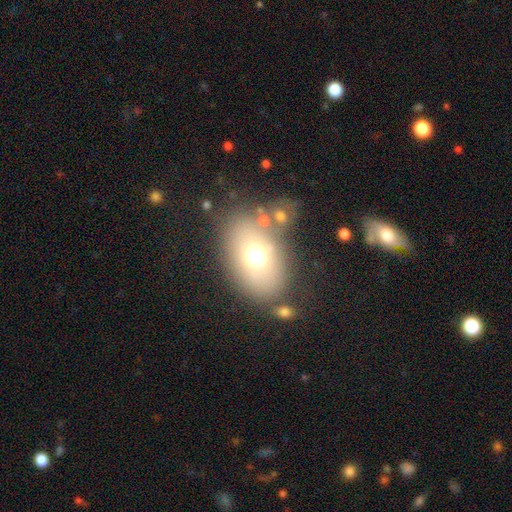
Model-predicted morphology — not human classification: Smooth or featured?
  - smooth: 67% *
  - featured or disk: 20%
  - star or artifact: 14%
How rounded?
  - in between: 73% *
  - round: 26%
  - cigar-shaped: 1%
Merging?
  - none: 71% *
  - minor disturbance: 12%
  - merger: 10%
  - major disturbance: 7%